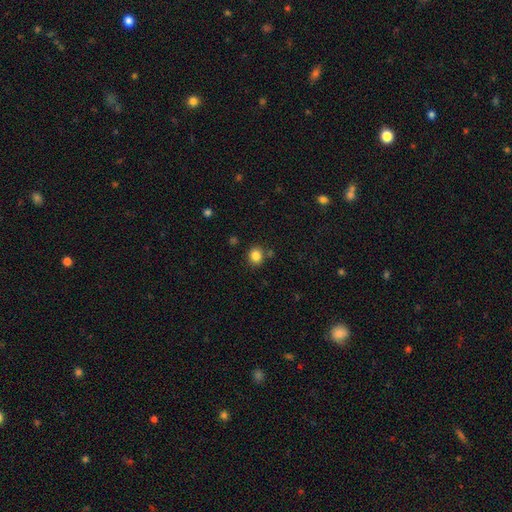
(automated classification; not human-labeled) This appears to be a smooth galaxy with no disk features (84%) that is round (78%). Merging: none (82%).